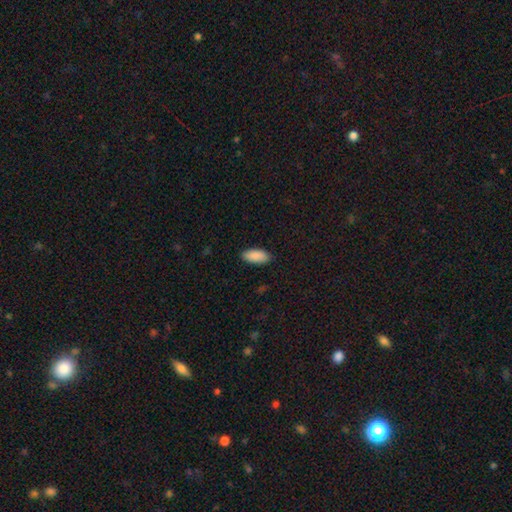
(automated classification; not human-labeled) smooth_or_featured: smooth (p=0.91) [alt: star or artifact p=0.06]
how_rounded: in between (p=0.91) [alt: cigar-shaped p=0.07]
merging: none (p=0.89) [alt: minor disturbance p=0.09]